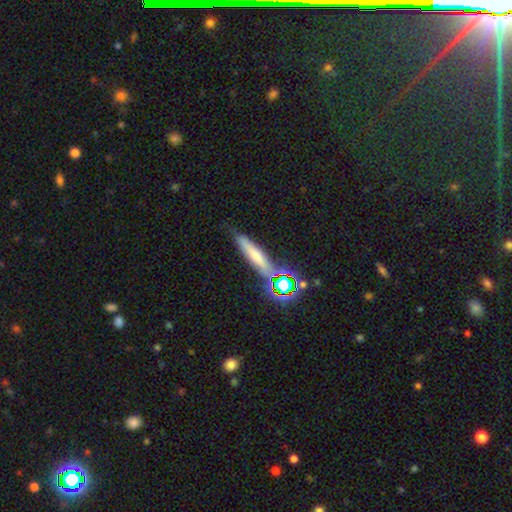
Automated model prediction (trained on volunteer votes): A smooth galaxy with no disk features (52%) that is cigar-shaped (80%).

Vote fractions:
- Smooth or featured? smooth: 52% / featured or disk: 28% / star or artifact: 19%
- How rounded? cigar-shaped: 80% / in between: 13% / round: 7%
- Merging? none: 73% / minor disturbance: 15% / merger: 8% / major disturbance: 5%